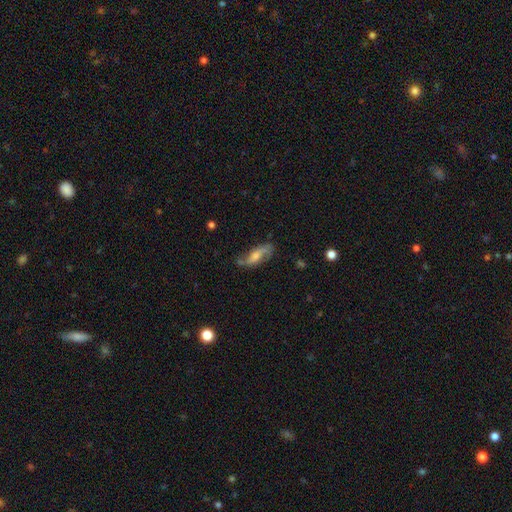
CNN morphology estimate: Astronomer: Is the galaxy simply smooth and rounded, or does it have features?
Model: featured or disk — 62%.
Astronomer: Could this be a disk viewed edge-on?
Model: no — 84%.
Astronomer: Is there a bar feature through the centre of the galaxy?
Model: no — 48% (runner-up: weak, 36%).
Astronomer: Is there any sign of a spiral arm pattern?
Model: yes — 87%.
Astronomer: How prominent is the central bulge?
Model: moderate — 47% (runner-up: small, 39%).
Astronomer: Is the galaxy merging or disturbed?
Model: none — 64%.